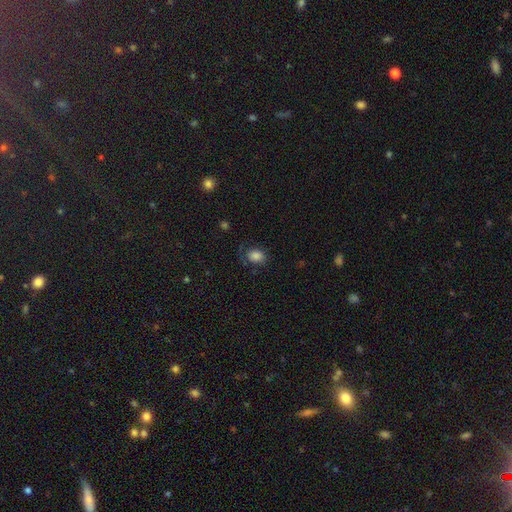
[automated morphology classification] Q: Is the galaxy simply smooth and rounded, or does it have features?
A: smooth — 78%.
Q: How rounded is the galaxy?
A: in between — 65%.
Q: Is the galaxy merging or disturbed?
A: none — 60%.